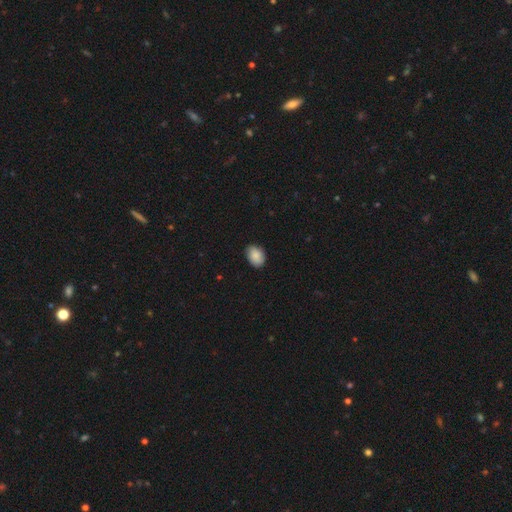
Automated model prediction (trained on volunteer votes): This appears to be a smooth galaxy with no disk features (87%) that is in between round and cigar-shaped (74%). Merging: none (84%).